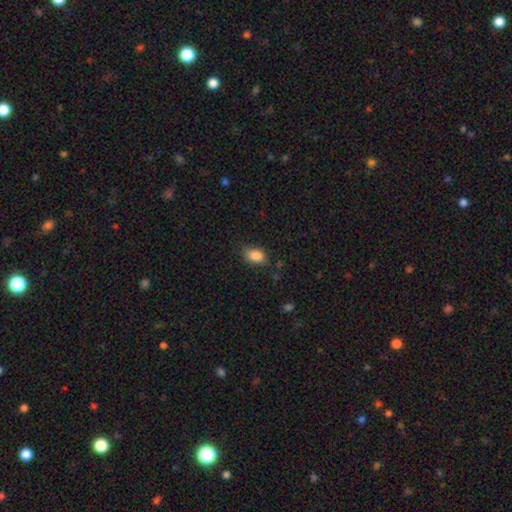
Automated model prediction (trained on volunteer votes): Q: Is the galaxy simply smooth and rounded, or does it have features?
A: smooth — 86%.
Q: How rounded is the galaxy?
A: in between — 87%.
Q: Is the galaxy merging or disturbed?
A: none — 78%.